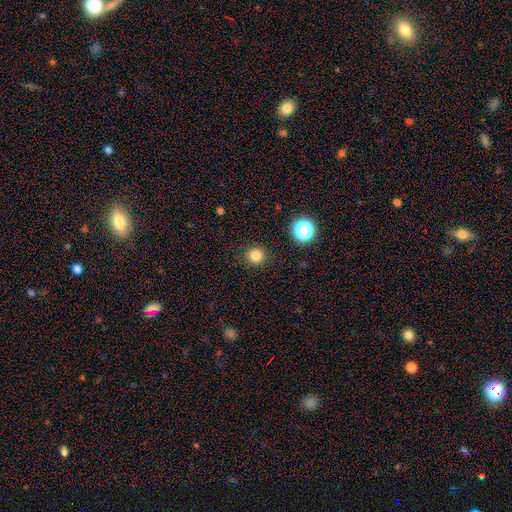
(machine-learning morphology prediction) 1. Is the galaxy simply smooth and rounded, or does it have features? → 81% smooth, 14% star or artifact, 4% featured or disk.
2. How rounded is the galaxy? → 93% round, 6% in between, 1% cigar-shaped.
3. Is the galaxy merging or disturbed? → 90% none, 7% minor disturbance, 3% major disturbance, 1% merger.